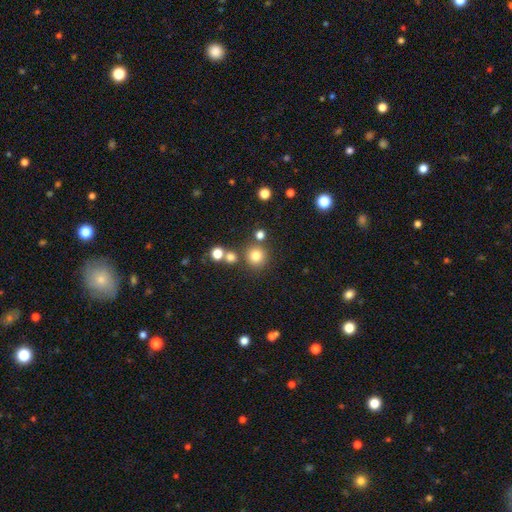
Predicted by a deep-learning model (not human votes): This appears to be a smooth galaxy with no disk features (79%) that is round (94%). Merging: none (79%).